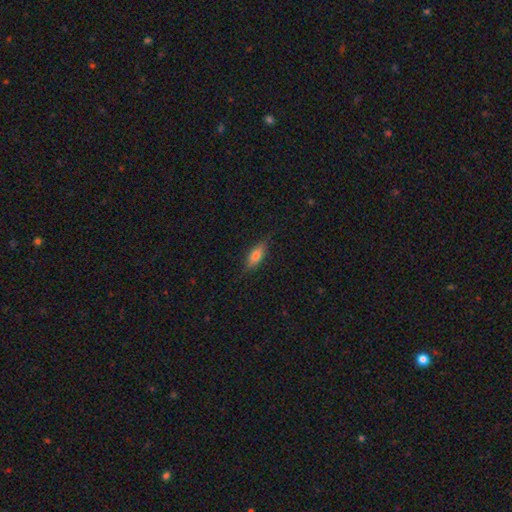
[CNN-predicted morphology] A smooth galaxy with no disk features (71%) that is in between round and cigar-shaped (69%). Merging: none (80%).